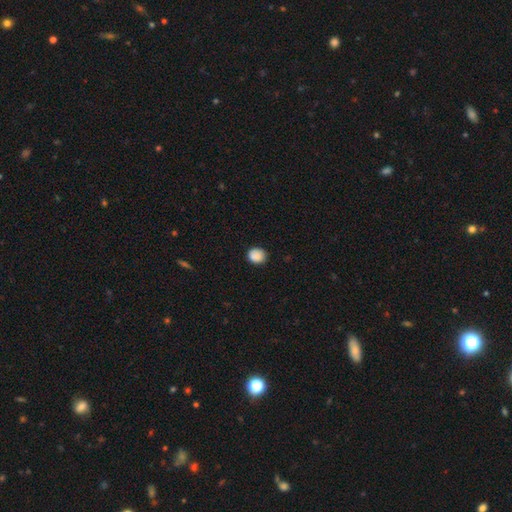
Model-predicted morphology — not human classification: This is clearly a smooth galaxy (88%). How rounded: likely round (69%). Merging: clearly none (82%).